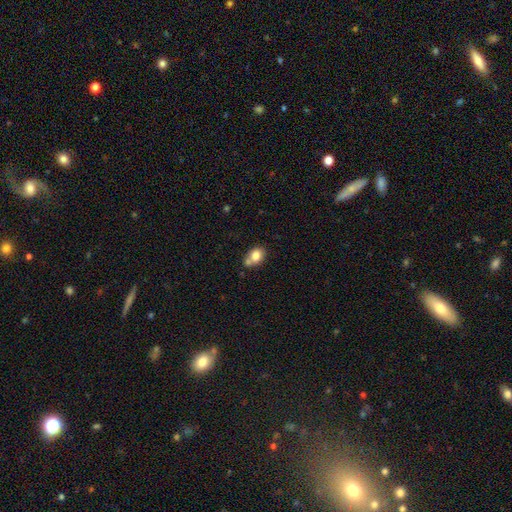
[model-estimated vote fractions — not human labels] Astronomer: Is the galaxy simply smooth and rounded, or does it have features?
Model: smooth — 78%.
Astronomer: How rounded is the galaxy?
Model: in between — 59% (runner-up: round, 39%).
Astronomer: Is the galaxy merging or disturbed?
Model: none — 45% (runner-up: merger, 34%).